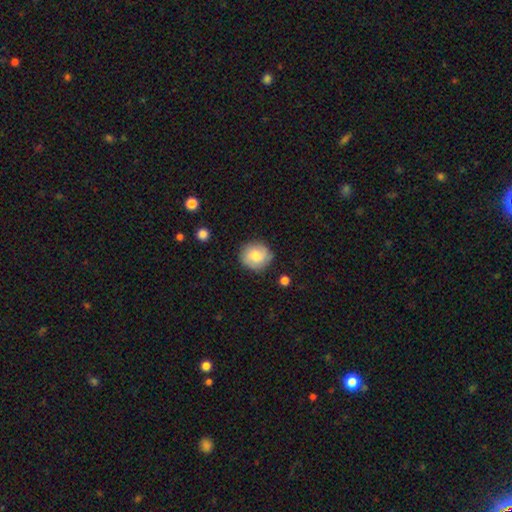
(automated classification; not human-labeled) Morphology: type=smooth (71%); roundness=round (87%); merging=none (81%).